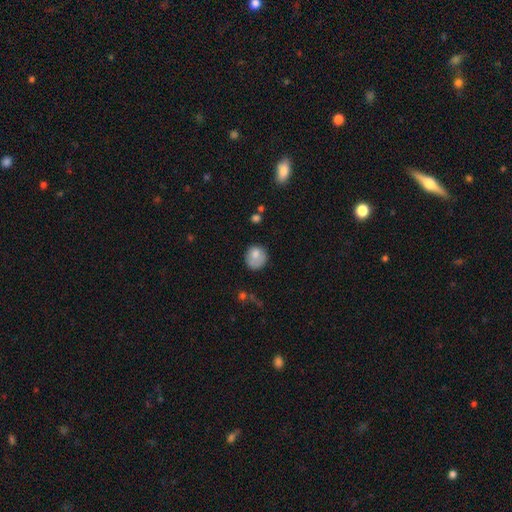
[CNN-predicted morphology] Overall: smooth (79%). How rounded: round (80%). Merging: none (60%; minor disturbance 25%).